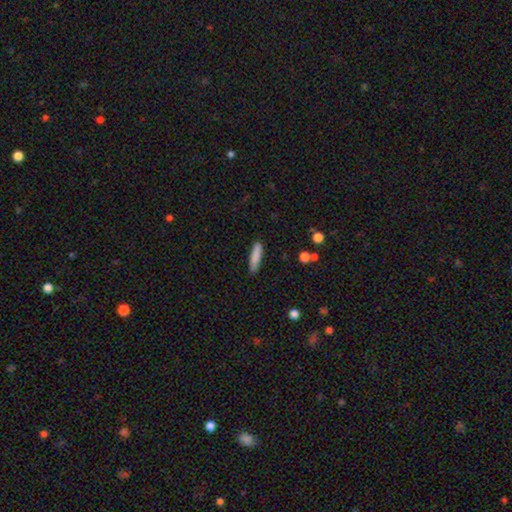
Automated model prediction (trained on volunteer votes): A smooth galaxy with no disk features (85%) that is cigar-shaped (81%).

Vote fractions:
- Smooth or featured? smooth: 85% / featured or disk: 8% / star or artifact: 7%
- How rounded? cigar-shaped: 81% / in between: 18% / round: 1%
- Merging? none: 87% / minor disturbance: 9% / major disturbance: 2% / merger: 1%